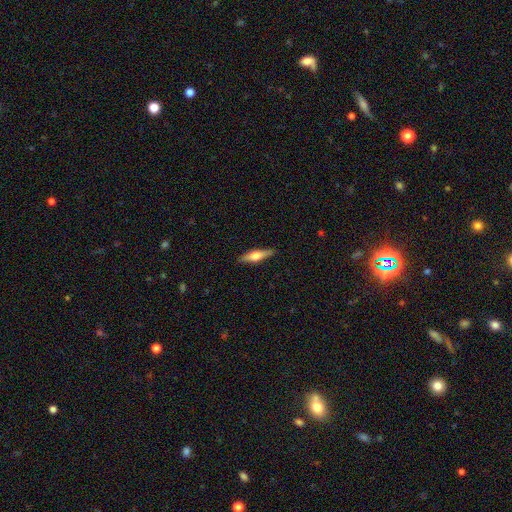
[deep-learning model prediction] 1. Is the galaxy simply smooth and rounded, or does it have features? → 54% featured or disk, 41% smooth, 6% star or artifact.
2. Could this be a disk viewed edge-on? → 95% yes, 5% no.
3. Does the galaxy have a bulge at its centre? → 91% rounded, 6% boxy, 3% none.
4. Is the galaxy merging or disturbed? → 89% none, 8% minor disturbance, 2% major disturbance, 1% merger.